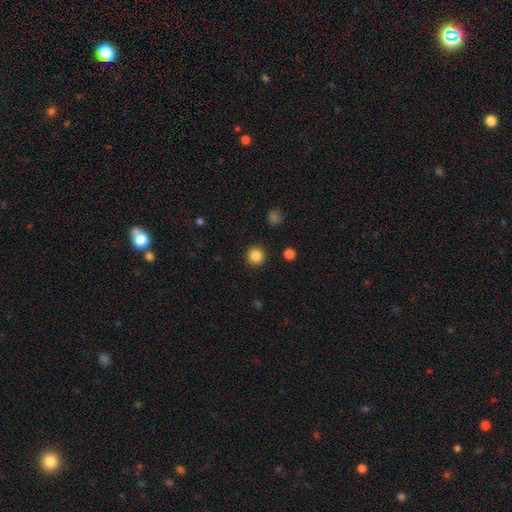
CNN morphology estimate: Smooth or featured?
  - smooth: 86% *
  - star or artifact: 11%
  - featured or disk: 4%
How rounded?
  - round: 95% *
  - in between: 4%
  - cigar-shaped: 1%
Merging?
  - none: 92% *
  - minor disturbance: 5%
  - major disturbance: 2%
  - merger: 1%